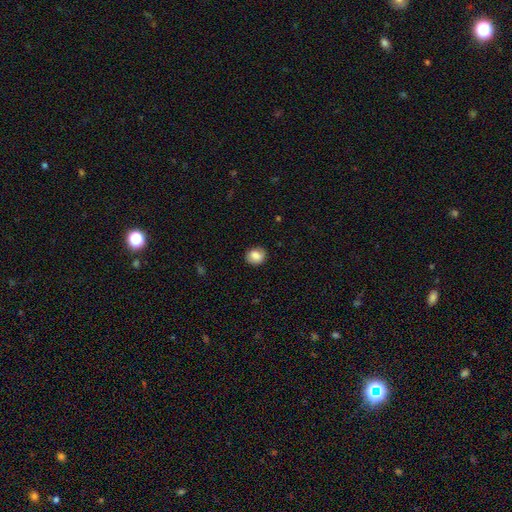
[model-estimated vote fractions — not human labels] Overall: smooth (81%). How rounded: round (64%; in between 35%). Merging: none (83%).